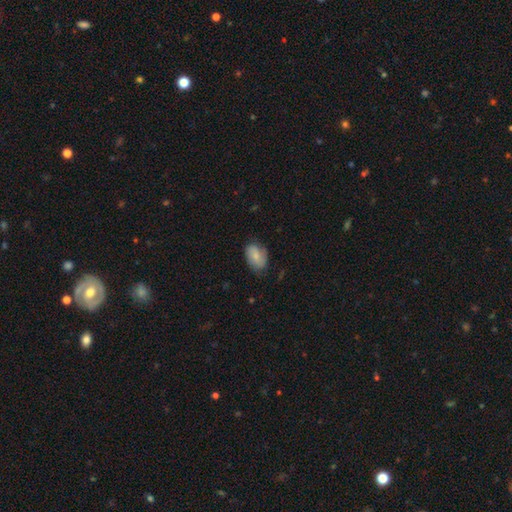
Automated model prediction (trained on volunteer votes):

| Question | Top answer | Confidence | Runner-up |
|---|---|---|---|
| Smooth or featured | smooth | 72% | featured or disk (21%) |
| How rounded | in between | 87% | round (12%) |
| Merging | none | 68% | minor disturbance (25%) |